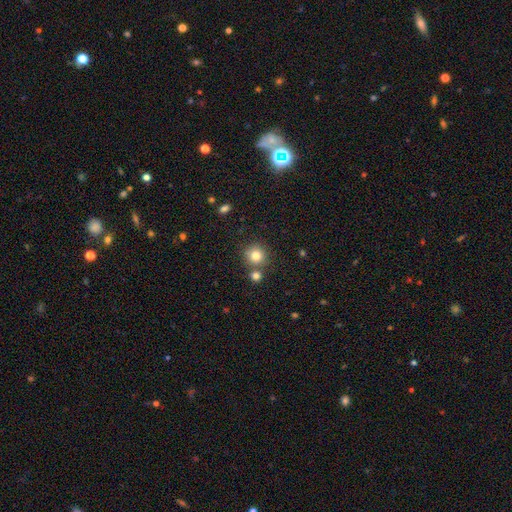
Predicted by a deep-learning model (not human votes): smooth_or_featured: smooth (p=0.81) [alt: star or artifact p=0.12]
how_rounded: round (p=0.91) [alt: in between p=0.08]
merging: none (p=0.72) [alt: merger p=0.17]